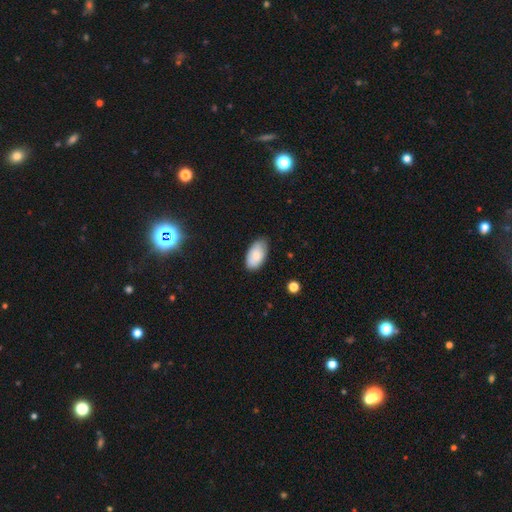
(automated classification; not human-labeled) The model was most divided on "merging": none: 76%, minor disturbance: 19%, major disturbance: 3%, merger: 1%. More confident: how rounded — in between (95%); smooth or featured — smooth (82%).